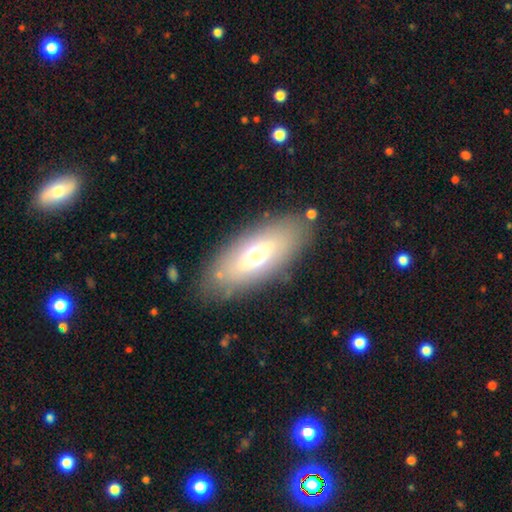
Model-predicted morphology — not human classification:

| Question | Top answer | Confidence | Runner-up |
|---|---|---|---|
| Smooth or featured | smooth | 57% | featured or disk (35%) |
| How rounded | in between | 80% | cigar-shaped (17%) |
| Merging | none | 81% | minor disturbance (12%) |